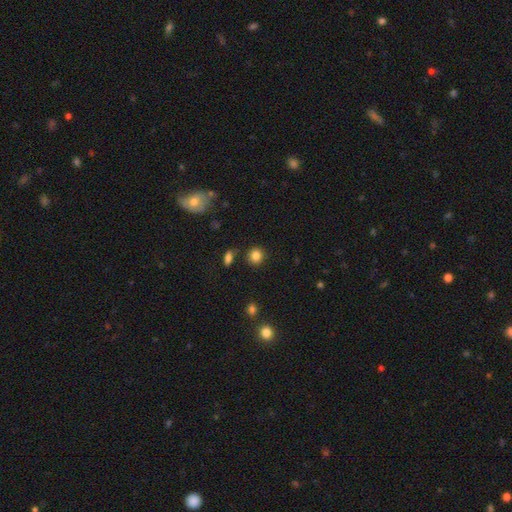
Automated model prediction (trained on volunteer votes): Morphology: type=smooth (84%); roundness=round (85%); merging=none (84%).